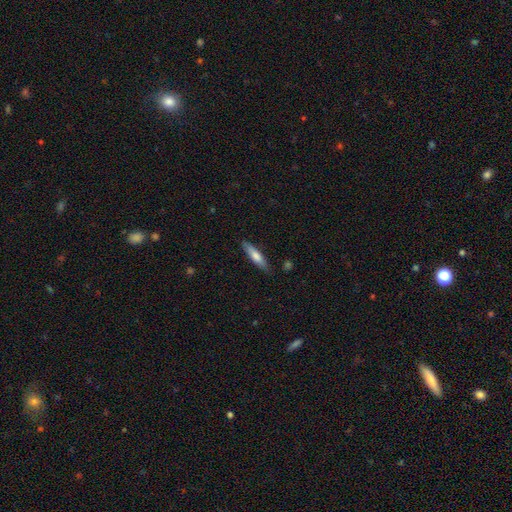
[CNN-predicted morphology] smooth 67%, featured or disk 28%, star or artifact 5%. Down the decision tree: how rounded — cigar-shaped (81%); merging — none (86%).